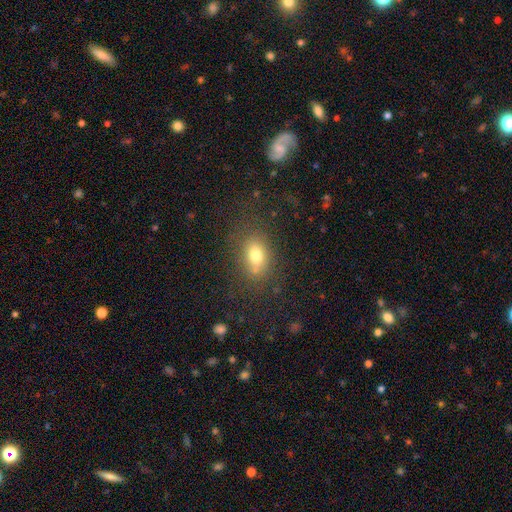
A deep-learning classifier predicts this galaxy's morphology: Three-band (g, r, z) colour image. It shows a smooth galaxy with no disk features (74%) that is in between round and cigar-shaped (78%). Merging: none (71%).